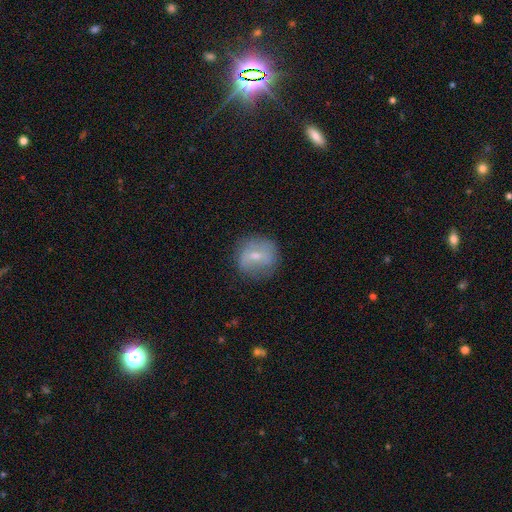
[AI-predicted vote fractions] smooth-or-featured: smooth: 51% | featured or disk: 39% | star or artifact: 9%
  how-rounded: round: 86% | in between: 13% | cigar-shaped: 1%
  merging: none: 75% | minor disturbance: 17% | major disturbance: 7% | merger: 1%